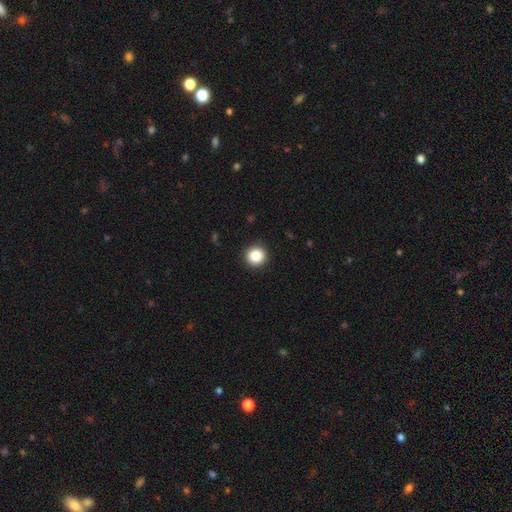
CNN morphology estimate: smooth 87%, star or artifact 10%, featured or disk 4%. Down the decision tree: how rounded — round (95%); merging — none (92%).